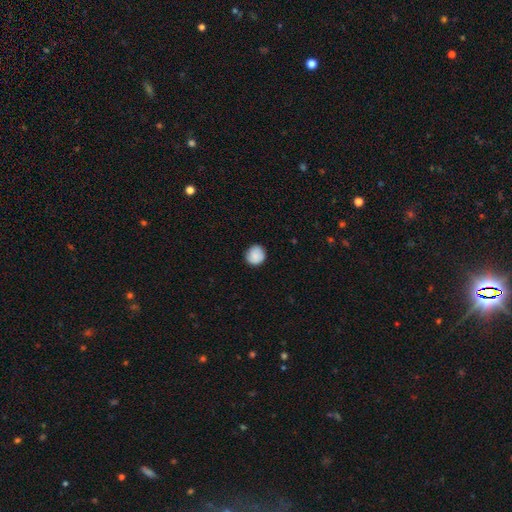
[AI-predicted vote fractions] A smooth galaxy with no disk features (85%) that is round (89%). Merging: none (86%).